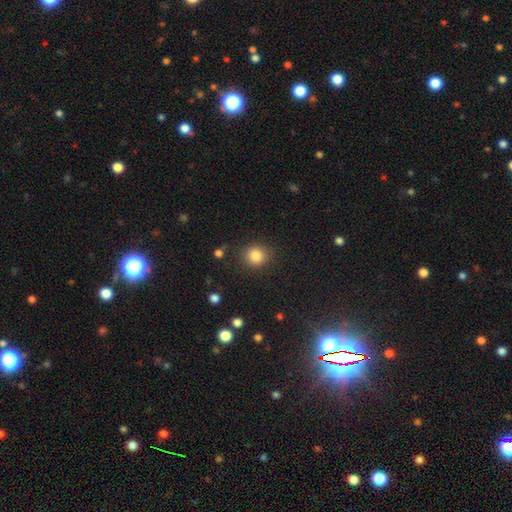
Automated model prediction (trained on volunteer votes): A smooth galaxy with no disk features (85%) that is round (84%).

Vote fractions:
- Smooth or featured? smooth: 85% / star or artifact: 11% / featured or disk: 5%
- How rounded? round: 84% / in between: 16% / cigar-shaped: 1%
- Merging? none: 84% / minor disturbance: 10% / major disturbance: 4% / merger: 2%